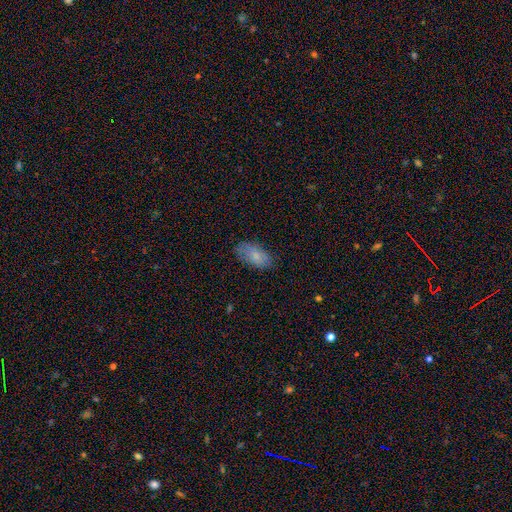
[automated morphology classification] Smooth or featured? Predicted: smooth (p=0.82). How rounded? Predicted: in between (p=0.93). Merging? Predicted: none (p=0.78).